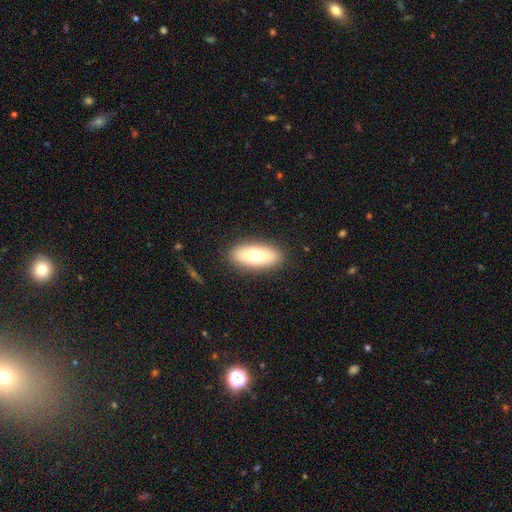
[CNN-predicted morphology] Q: Smooth or featured?
A: smooth (68%); runner-up: featured or disk (24%)
Q: How rounded?
A: in between (79%); runner-up: cigar-shaped (17%)
Q: Merging?
A: none (88%); runner-up: minor disturbance (8%)